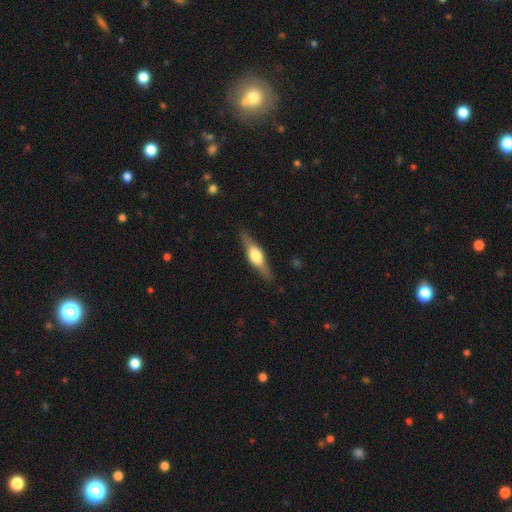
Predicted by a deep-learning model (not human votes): The model was most divided on "smooth or featured": featured or disk: 61%, smooth: 34%, star or artifact: 5%. More confident: edge-on disk — yes (95%); edge-on bulge — rounded (91%); merging — none (86%).